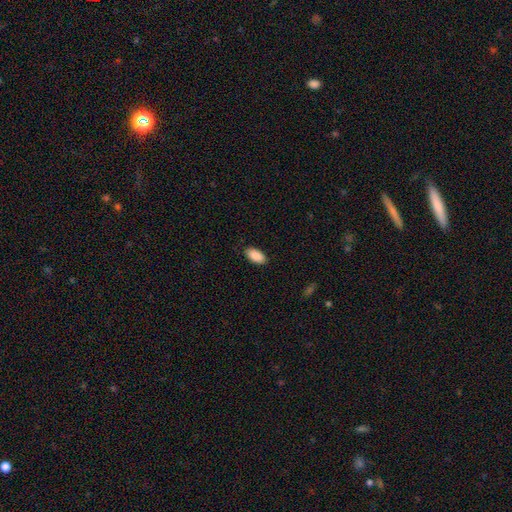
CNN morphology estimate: Overall: smooth (90%). How rounded: in between (95%). Merging: none (87%).